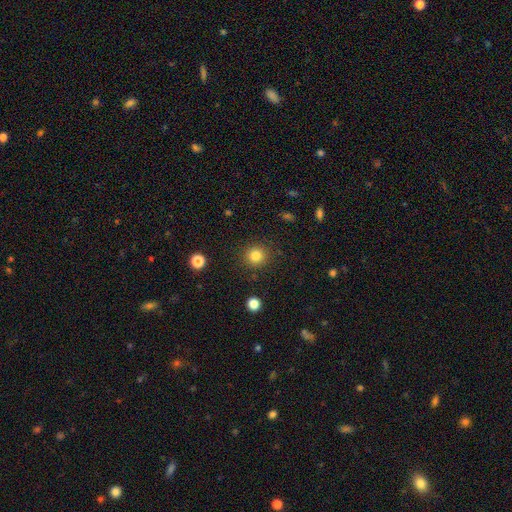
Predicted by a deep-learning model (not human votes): smooth 82%, star or artifact 12%, featured or disk 6%. Down the decision tree: how rounded — round (92%); merging — none (89%).